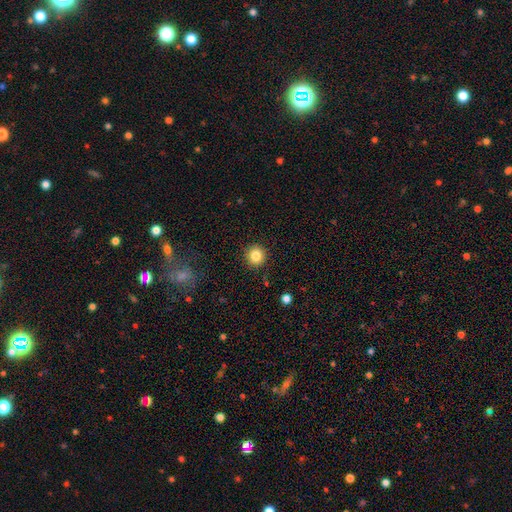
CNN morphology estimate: smooth-or-featured: smooth: 84% | star or artifact: 11% | featured or disk: 6%
  how-rounded: round: 92% | in between: 7% | cigar-shaped: 1%
  merging: none: 91% | minor disturbance: 6% | major disturbance: 2% | merger: 1%